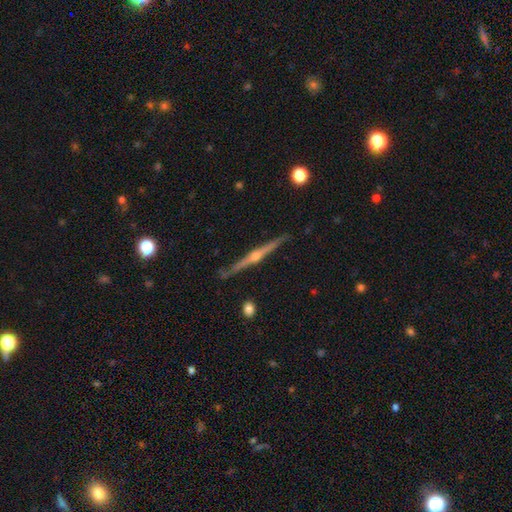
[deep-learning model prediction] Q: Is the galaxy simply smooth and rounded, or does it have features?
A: featured or disk — 85%.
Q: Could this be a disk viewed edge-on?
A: yes — 98%.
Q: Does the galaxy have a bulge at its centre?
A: rounded — 92%.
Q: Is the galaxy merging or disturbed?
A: none — 87%.